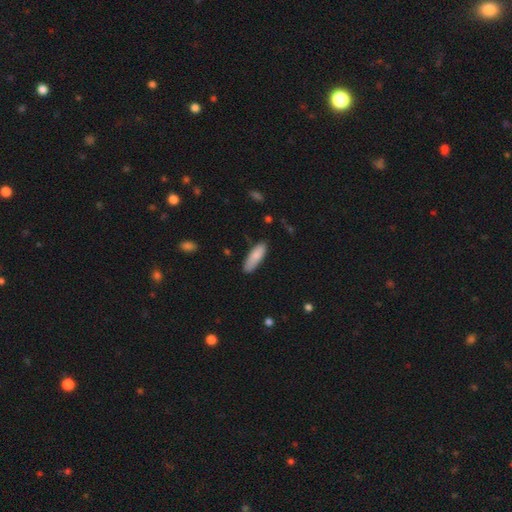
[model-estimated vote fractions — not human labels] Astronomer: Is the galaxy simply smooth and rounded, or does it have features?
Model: smooth — 83%.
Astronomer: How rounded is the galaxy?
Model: in between — 51% (runner-up: cigar-shaped, 47%).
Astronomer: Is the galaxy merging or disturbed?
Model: none — 80%.